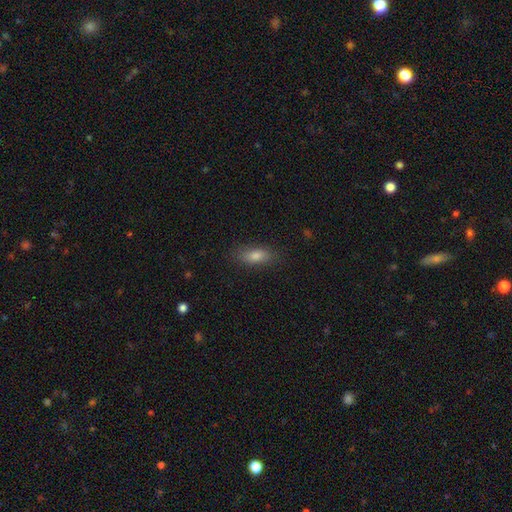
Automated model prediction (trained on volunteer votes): Smooth or featured: smooth — 79% (featured or disk — 12%)
How rounded: in between — 74% (cigar-shaped — 22%)
Merging: none — 84% (minor disturbance — 12%)